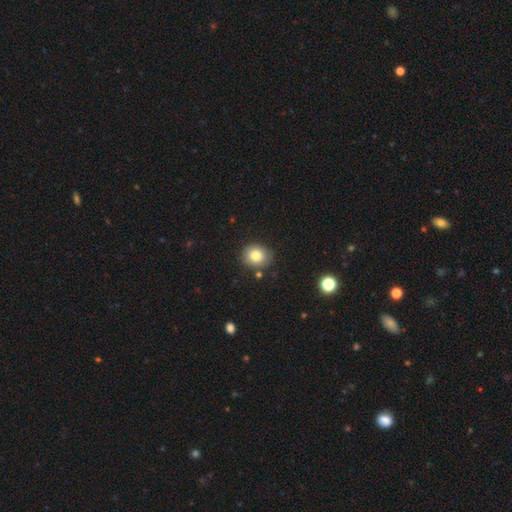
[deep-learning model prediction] Q: Smooth or featured?
A: smooth (79%); runner-up: featured or disk (11%)
Q: How rounded?
A: round (75%); runner-up: in between (24%)
Q: Merging?
A: none (81%); runner-up: minor disturbance (12%)